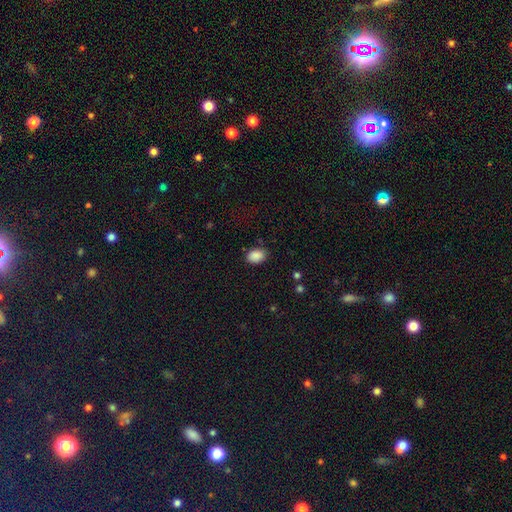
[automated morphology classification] This appears to be a smooth galaxy with no disk features (88%) that is in between round and cigar-shaped (77%). Merging: none (81%).